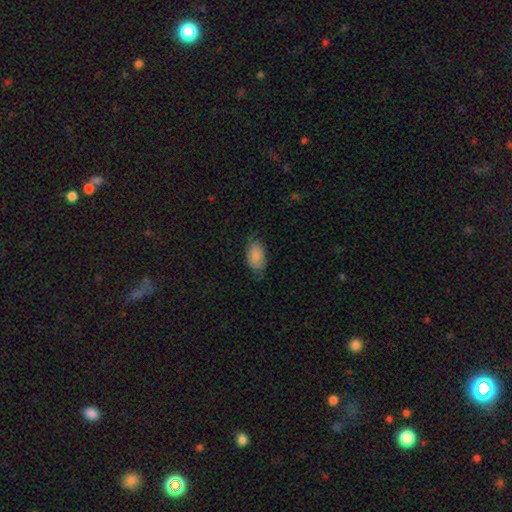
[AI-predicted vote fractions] smooth 84%, featured or disk 9%, star or artifact 6%. Down the decision tree: how rounded — in between (93%); merging — none (65%).